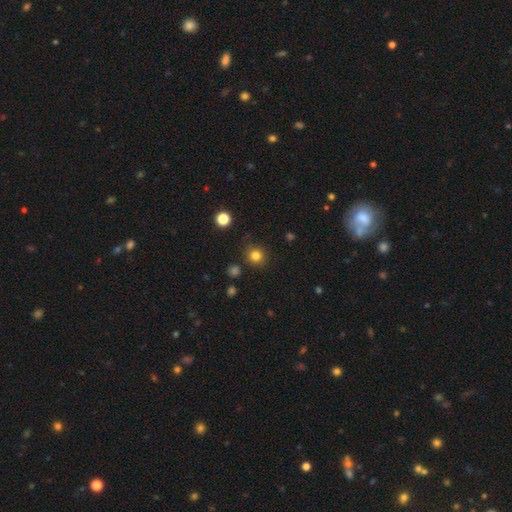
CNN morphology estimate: Smooth or featured? smooth (81%)
How rounded? round (91%)
Merging? none (85%)